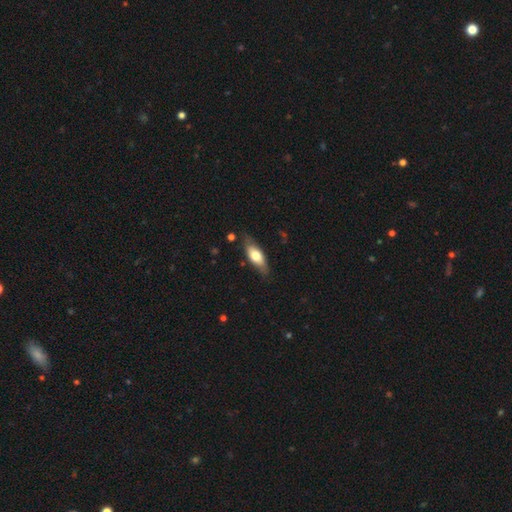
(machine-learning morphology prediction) Smooth or featured? smooth (64%)
How rounded? in between (75%)
Merging? none (75%)